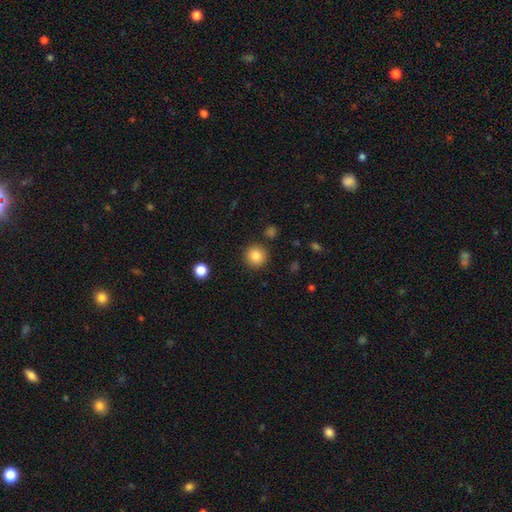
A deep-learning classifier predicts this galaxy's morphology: The model was most divided on "smooth or featured": smooth: 85%, star or artifact: 10%, featured or disk: 5%. More confident: how rounded — round (94%); merging — none (90%).